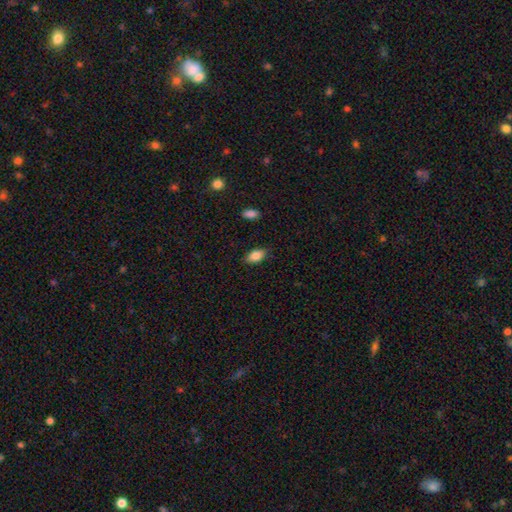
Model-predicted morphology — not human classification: Smooth or featured? smooth (84%)
How rounded? in between (91%)
Merging? none (85%)